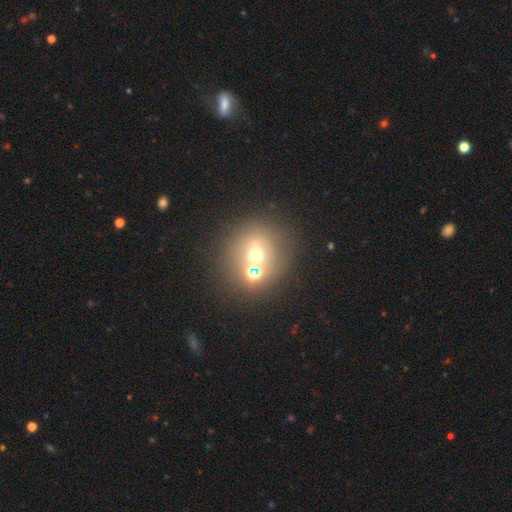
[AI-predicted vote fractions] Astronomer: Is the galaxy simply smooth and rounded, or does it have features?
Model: smooth — 52% (runner-up: featured or disk, 28%).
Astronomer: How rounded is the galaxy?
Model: round — 84%.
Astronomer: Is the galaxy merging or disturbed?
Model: none — 59%.